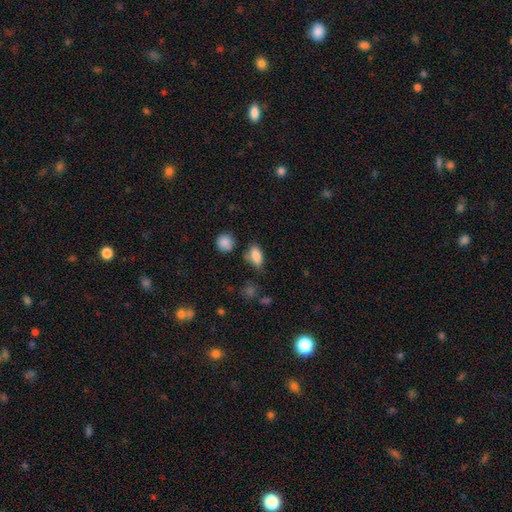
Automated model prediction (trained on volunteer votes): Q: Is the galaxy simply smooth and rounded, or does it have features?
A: smooth — 84%.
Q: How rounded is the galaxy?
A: in between — 85%.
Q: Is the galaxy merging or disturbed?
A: none — 64%.